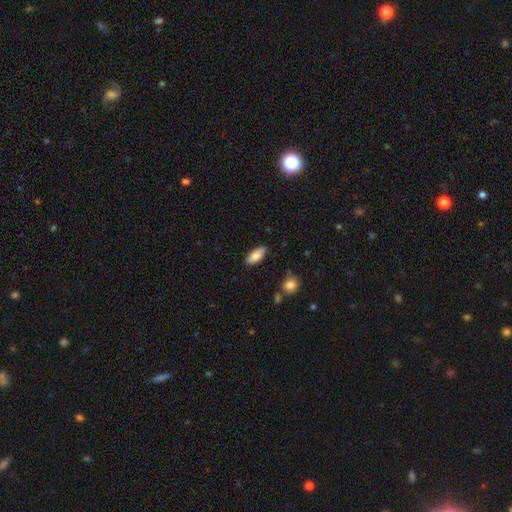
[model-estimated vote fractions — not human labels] smooth_or_featured: smooth (p=0.81) [alt: featured or disk p=0.12]
how_rounded: in between (p=0.85) [alt: cigar-shaped p=0.13]
merging: none (p=0.84) [alt: minor disturbance p=0.12]